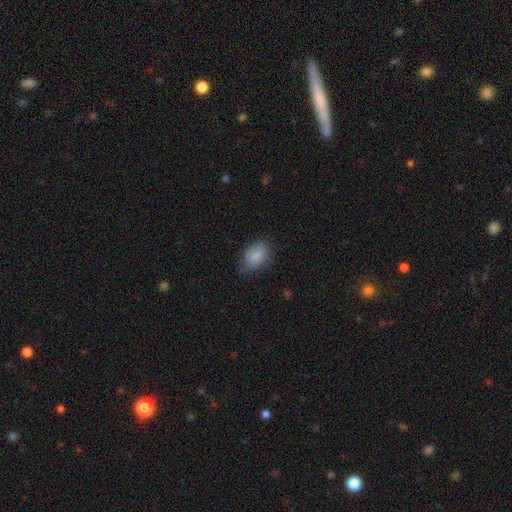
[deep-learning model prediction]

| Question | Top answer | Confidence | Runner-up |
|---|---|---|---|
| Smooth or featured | smooth | 86% | star or artifact (8%) |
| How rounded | in between | 85% | round (13%) |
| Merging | none | 67% | minor disturbance (26%) |